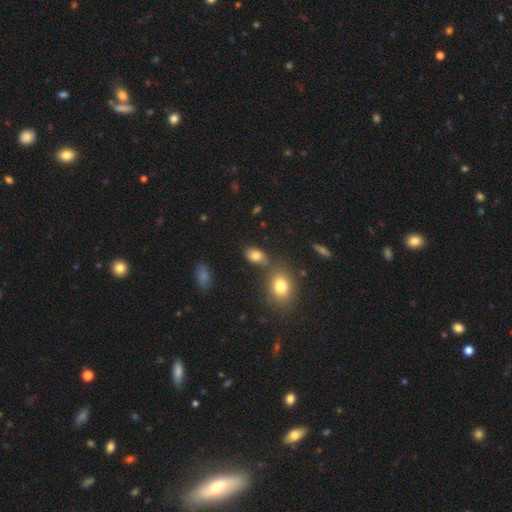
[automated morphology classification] The model was most divided on "merging": none: 64%, merger: 16%, minor disturbance: 15%, major disturbance: 5%. More confident: how rounded — in between (85%); smooth or featured — smooth (80%).